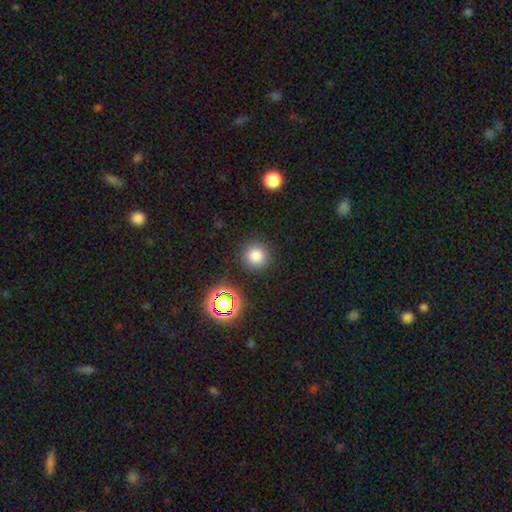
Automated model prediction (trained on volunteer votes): smooth-or-featured: smooth: 79% | star or artifact: 15% | featured or disk: 6%
  how-rounded: round: 94% | in between: 5% | cigar-shaped: 1%
  merging: none: 89% | minor disturbance: 7% | major disturbance: 3% | merger: 2%